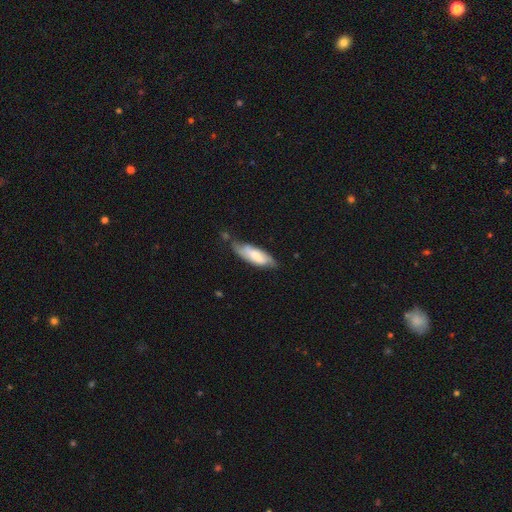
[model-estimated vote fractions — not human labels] This is possibly a smooth galaxy (53%). How rounded: possibly in between (57%). Merging: possibly none (57%).